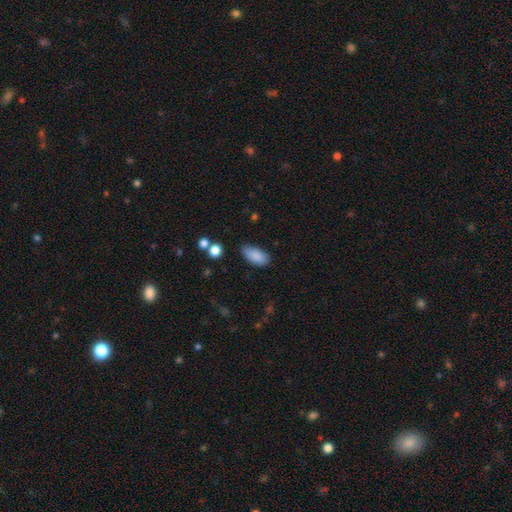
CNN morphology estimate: Smooth or featured? Predicted: smooth (p=0.87). How rounded? Predicted: in between (p=0.92). Merging? Predicted: none (p=0.71).